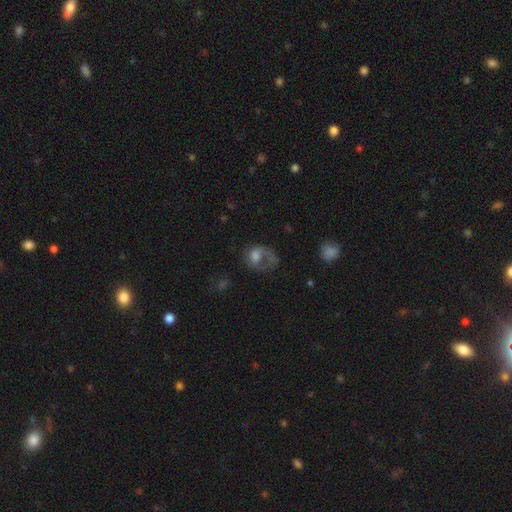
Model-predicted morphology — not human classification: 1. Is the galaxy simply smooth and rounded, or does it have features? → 44% featured or disk, 41% smooth, 15% star or artifact.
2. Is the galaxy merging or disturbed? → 49% major disturbance, 31% none, 16% minor disturbance, 4% merger.